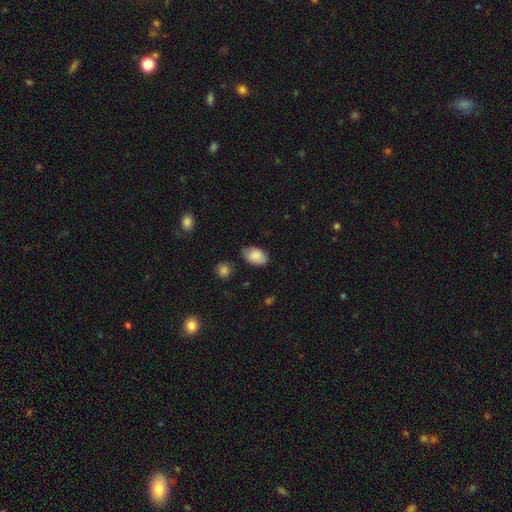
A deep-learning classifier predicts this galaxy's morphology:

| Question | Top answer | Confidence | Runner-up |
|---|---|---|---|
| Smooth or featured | smooth | 87% | star or artifact (7%) |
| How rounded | in between | 91% | round (7%) |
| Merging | none | 76% | minor disturbance (19%) |